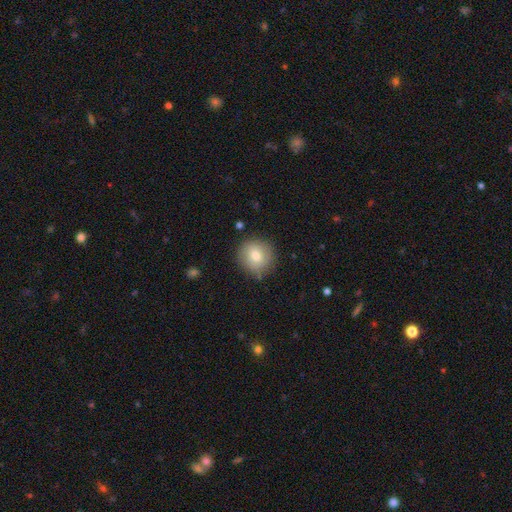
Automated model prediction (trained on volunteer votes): Smooth or featured? smooth (78%)
How rounded? round (92%)
Merging? none (80%)